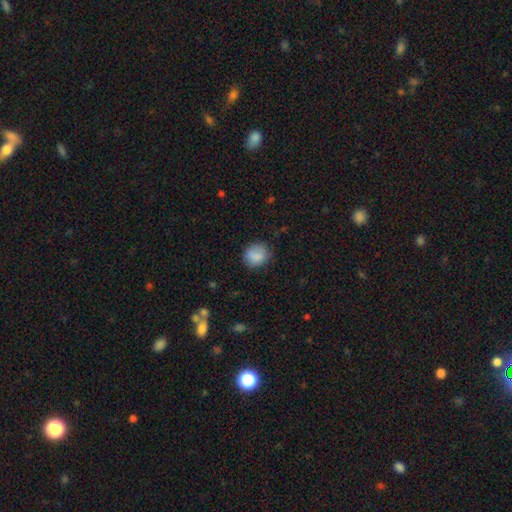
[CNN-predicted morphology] Smooth or featured? Predicted: smooth (p=0.85). How rounded? Predicted: round (p=0.76). Merging? Predicted: none (p=0.77).